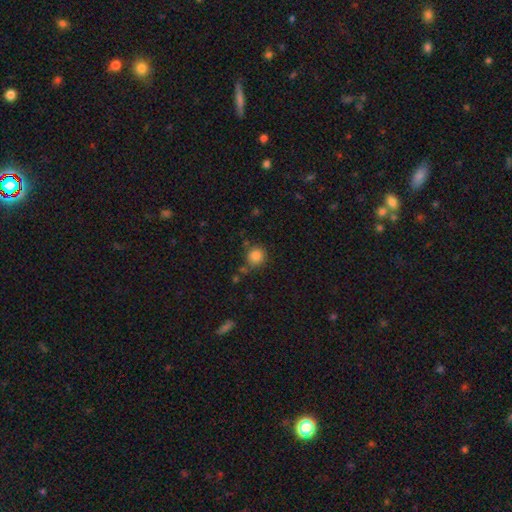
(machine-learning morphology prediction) Overall: smooth (85%). How rounded: round (88%). Merging: none (72%).